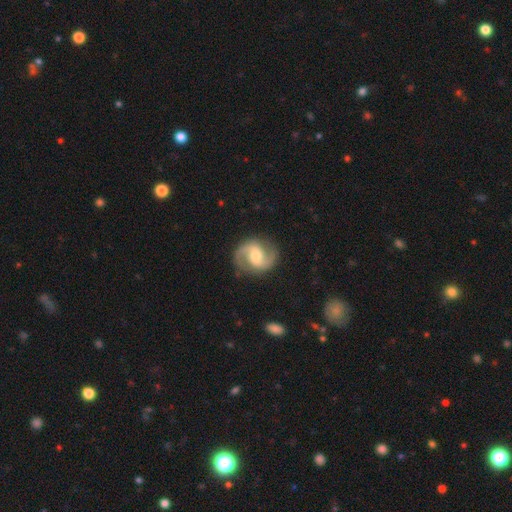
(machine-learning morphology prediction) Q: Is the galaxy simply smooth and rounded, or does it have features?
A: featured or disk — 89%.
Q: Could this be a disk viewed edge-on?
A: no — 98%.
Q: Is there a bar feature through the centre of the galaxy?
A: no — 45%.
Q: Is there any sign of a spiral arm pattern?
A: yes — 98%.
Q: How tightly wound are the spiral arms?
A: medium — 59%.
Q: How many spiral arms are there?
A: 2 — 94%.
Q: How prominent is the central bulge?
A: moderate — 58%.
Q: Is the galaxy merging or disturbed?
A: none — 85%.